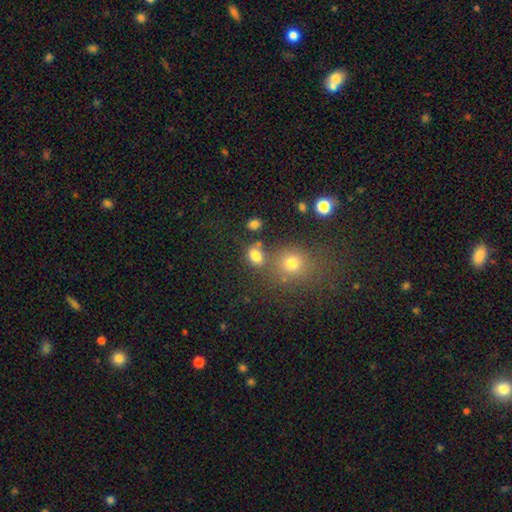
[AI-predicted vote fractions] smooth-or-featured: smooth: 77% | star or artifact: 15% | featured or disk: 8%
  how-rounded: in between: 62% | round: 36% | cigar-shaped: 2%
  merging: none: 60% | merger: 20% | minor disturbance: 14% | major disturbance: 7%